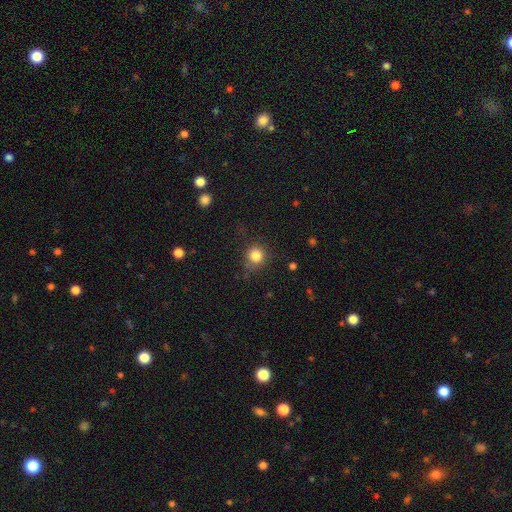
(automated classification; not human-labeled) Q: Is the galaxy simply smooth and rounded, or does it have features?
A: smooth — 84%.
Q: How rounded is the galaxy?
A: round — 90%.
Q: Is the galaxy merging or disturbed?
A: none — 80%.